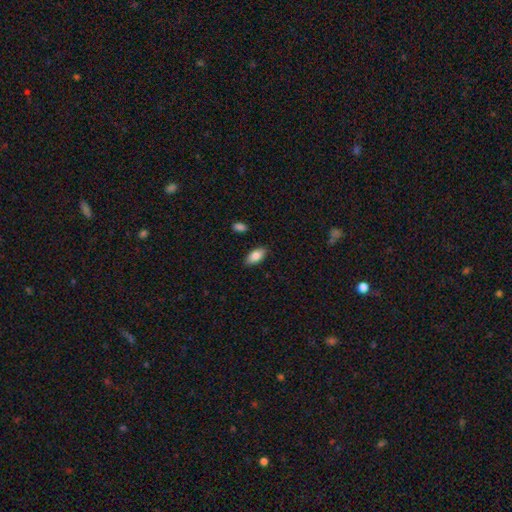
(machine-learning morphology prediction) Overall: smooth (84%). How rounded: in between (92%). Merging: none (86%).